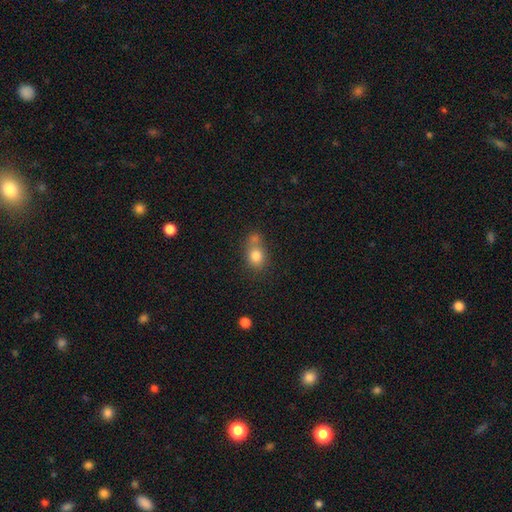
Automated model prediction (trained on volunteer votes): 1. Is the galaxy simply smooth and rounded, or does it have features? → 80% smooth, 10% star or artifact, 10% featured or disk.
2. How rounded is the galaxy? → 60% round, 38% in between, 1% cigar-shaped.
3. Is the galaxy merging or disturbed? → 45% none, 35% merger, 14% minor disturbance, 6% major disturbance.